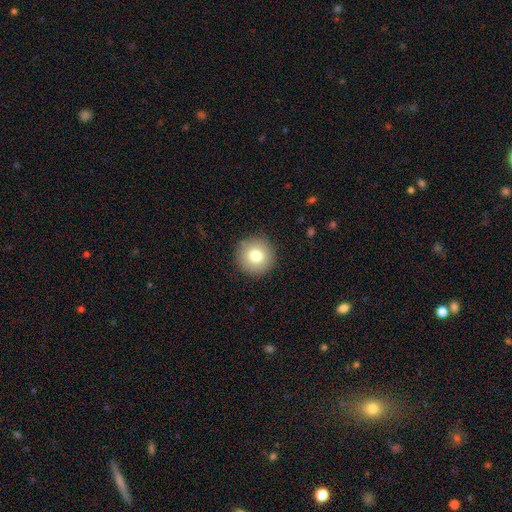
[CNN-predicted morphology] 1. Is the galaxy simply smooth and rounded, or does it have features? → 78% smooth, 12% featured or disk, 10% star or artifact.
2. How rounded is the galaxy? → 95% round, 4% in between, 1% cigar-shaped.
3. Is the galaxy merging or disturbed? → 91% none, 6% minor disturbance, 2% major disturbance, 1% merger.